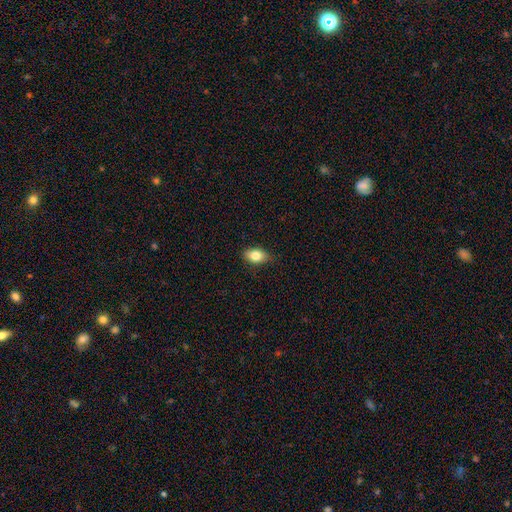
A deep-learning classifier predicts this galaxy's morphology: Q: Smooth or featured?
A: smooth (82%); runner-up: featured or disk (10%)
Q: How rounded?
A: in between (86%); runner-up: round (12%)
Q: Merging?
A: none (85%); runner-up: minor disturbance (12%)